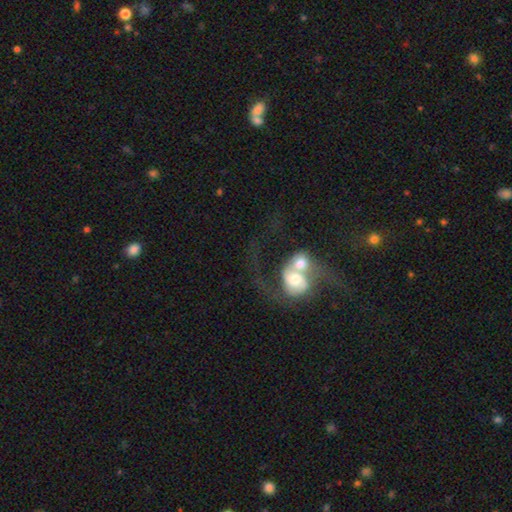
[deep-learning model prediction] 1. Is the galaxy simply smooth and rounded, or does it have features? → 70% featured or disk, 20% smooth, 10% star or artifact.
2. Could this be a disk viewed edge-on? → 97% no, 3% yes.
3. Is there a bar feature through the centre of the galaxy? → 63% no, 28% weak, 9% strong.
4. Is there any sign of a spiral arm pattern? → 82% yes, 18% no.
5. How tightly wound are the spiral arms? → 62% loose, 30% medium, 9% tight.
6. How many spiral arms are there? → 70% 2, 19% 1, 6% can't tell, 2% 3, 1% 4, 1% more than 4.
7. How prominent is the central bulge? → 47% moderate, 22% large, 19% small, 6% dominant, 6% none.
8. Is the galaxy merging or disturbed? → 67% merger, 16% none, 12% major disturbance, 6% minor disturbance.